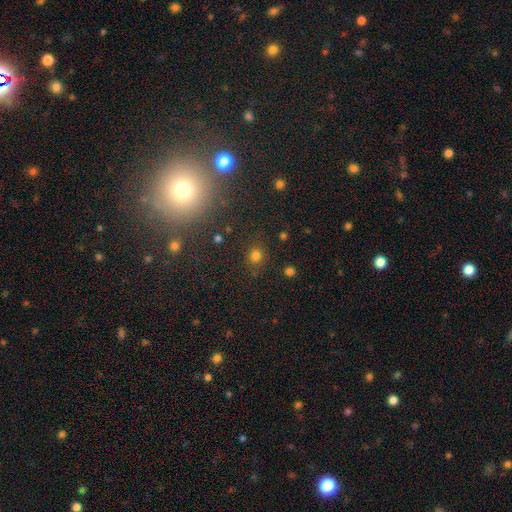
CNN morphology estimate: smooth-or-featured: smooth: 75% | star or artifact: 19% | featured or disk: 6%
  how-rounded: round: 84% | in between: 15% | cigar-shaped: 1%
  merging: none: 82% | minor disturbance: 10% | major disturbance: 4% | merger: 4%